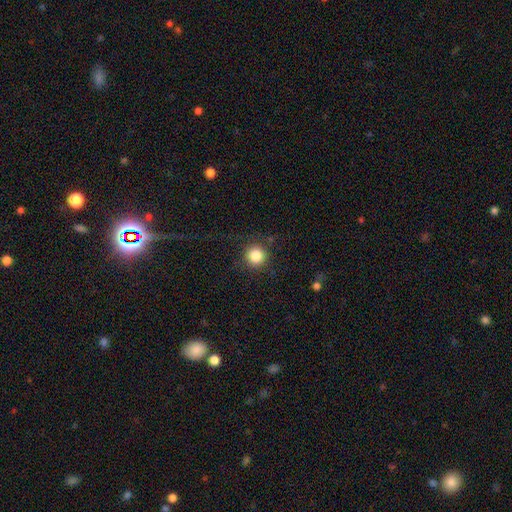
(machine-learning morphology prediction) A smooth galaxy with no disk features (85%) that is round (95%).

Vote fractions:
- Smooth or featured? smooth: 85% / star or artifact: 11% / featured or disk: 5%
- How rounded? round: 95% / in between: 5% / cigar-shaped: 1%
- Merging? none: 87% / minor disturbance: 8% / major disturbance: 3% / merger: 1%